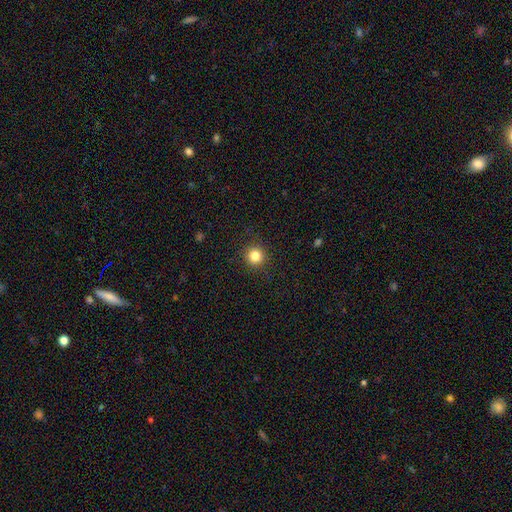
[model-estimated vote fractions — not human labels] A smooth galaxy with no disk features (83%) that is round (94%). Merging: none (92%).